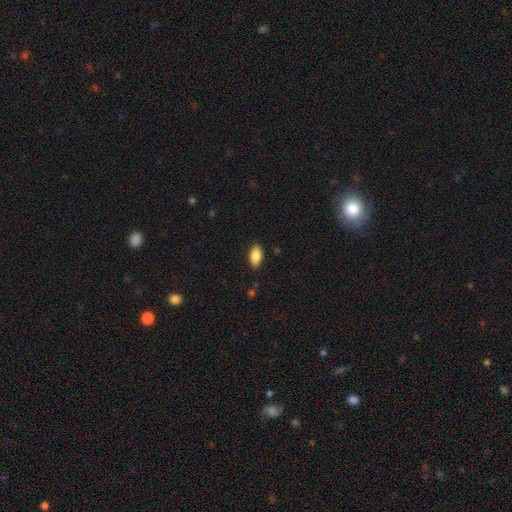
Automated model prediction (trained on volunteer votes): This is clearly a smooth galaxy (85%). How rounded: clearly in between (91%). Merging: clearly none (87%).